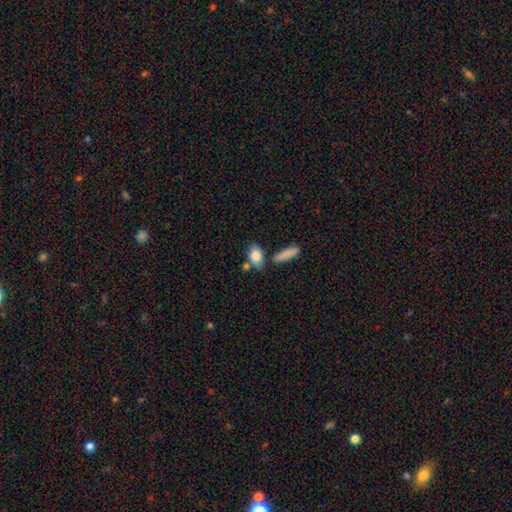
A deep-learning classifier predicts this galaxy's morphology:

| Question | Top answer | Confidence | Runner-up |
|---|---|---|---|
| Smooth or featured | smooth | 84% | featured or disk (9%) |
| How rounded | in between | 81% | round (14%) |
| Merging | none | 61% | merger (18%) |